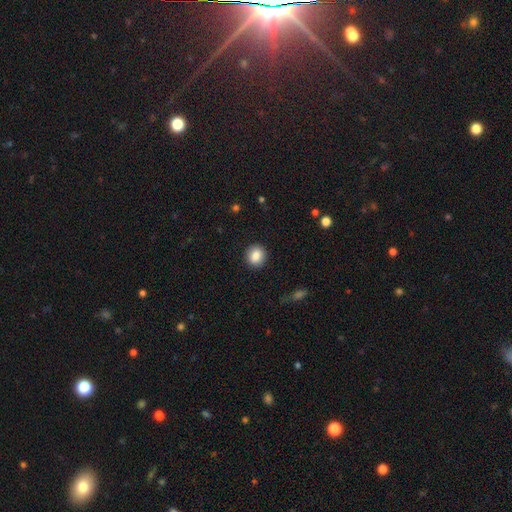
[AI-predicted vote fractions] Smooth or featured? Predicted: smooth (p=0.86). How rounded? Predicted: round (p=0.85). Merging? Predicted: none (p=0.91).